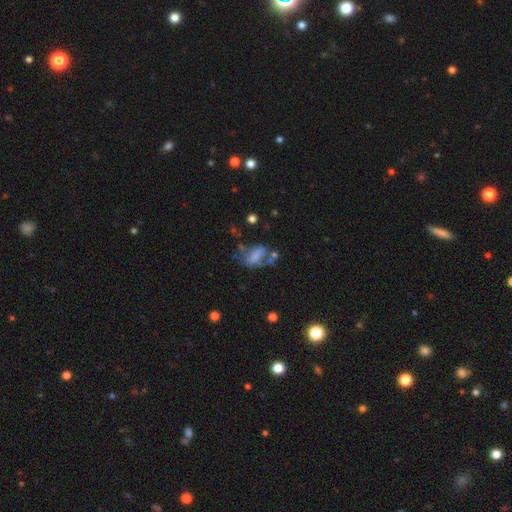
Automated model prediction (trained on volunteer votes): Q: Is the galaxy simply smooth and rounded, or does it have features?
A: smooth — 54%.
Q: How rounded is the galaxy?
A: in between — 82%.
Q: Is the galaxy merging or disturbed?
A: none — 32%.